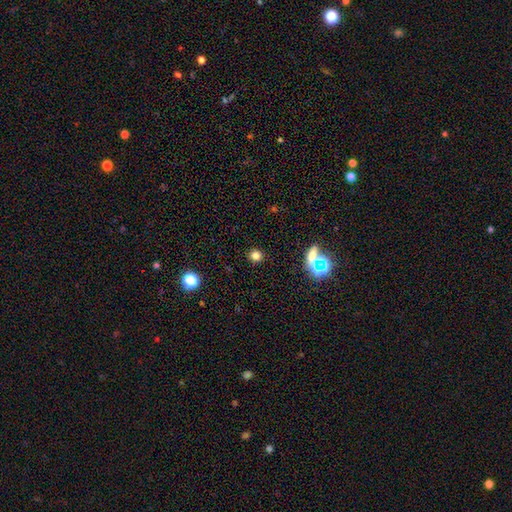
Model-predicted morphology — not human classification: This appears to be a smooth galaxy with no disk features (76%) that is round (89%). Merging: none (90%).